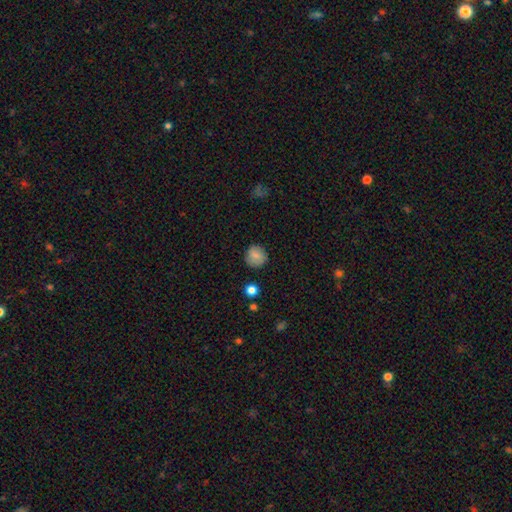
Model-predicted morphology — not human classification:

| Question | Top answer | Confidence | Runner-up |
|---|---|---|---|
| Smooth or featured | smooth | 84% | star or artifact (9%) |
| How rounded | round | 91% | in between (8%) |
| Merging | none | 85% | minor disturbance (11%) |